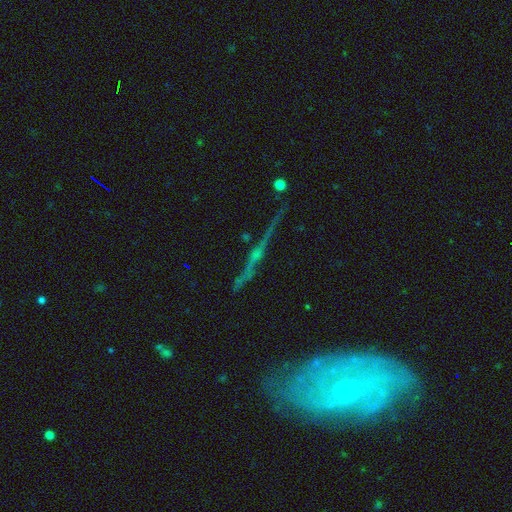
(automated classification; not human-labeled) A featured or disk galaxy (56%) viewed edge-on (91%) with a rounded central bulge (45%).

Vote fractions:
- Smooth or featured? featured or disk: 56% / star or artifact: 31% / smooth: 13%
- Edge-on disk? yes: 91% / no: 9%
- Edge-on bulge? rounded: 45% / none: 40% / boxy: 15%
- Merging? none: 82% / minor disturbance: 10% / major disturbance: 4% / merger: 4%